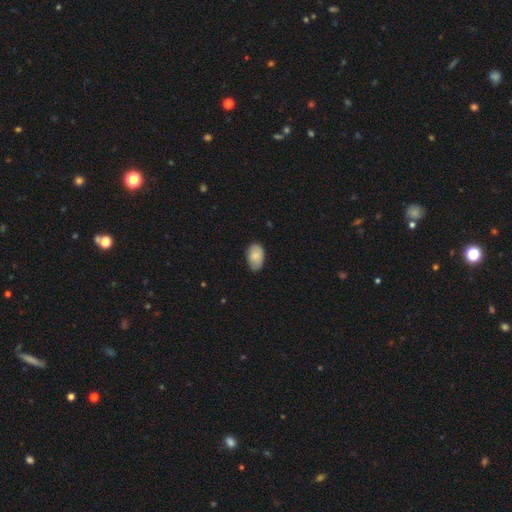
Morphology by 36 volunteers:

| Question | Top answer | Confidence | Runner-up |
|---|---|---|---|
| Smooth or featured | smooth | 94% | featured or disk (3%) |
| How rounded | in between | 94% | round (6%) |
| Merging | none | 71% | minor disturbance (29%) |